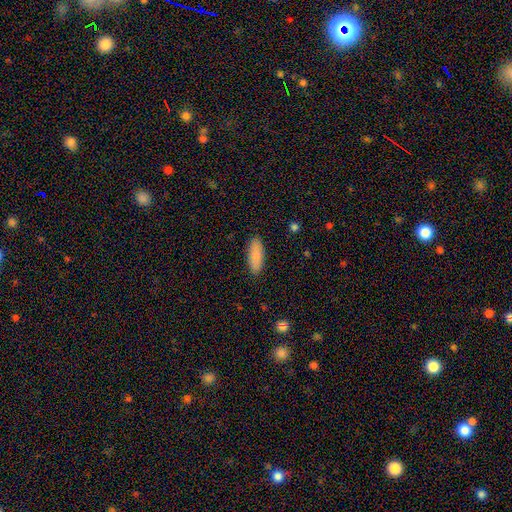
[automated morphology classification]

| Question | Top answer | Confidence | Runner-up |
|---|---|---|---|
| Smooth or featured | smooth | 87% | featured or disk (7%) |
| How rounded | in between | 68% | cigar-shaped (31%) |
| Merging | none | 89% | minor disturbance (8%) |